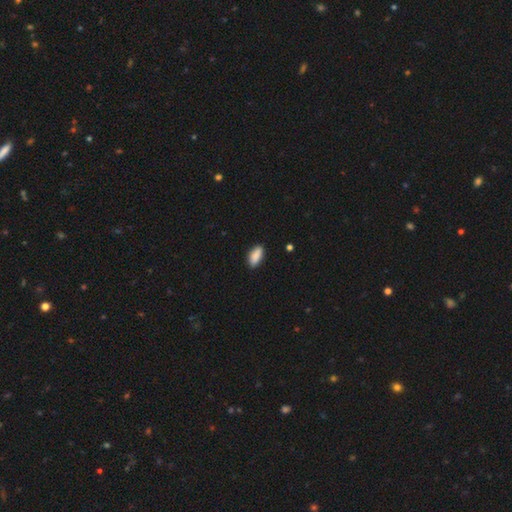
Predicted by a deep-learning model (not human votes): Q: Smooth or featured?
A: smooth (89%); runner-up: star or artifact (6%)
Q: How rounded?
A: in between (87%); runner-up: cigar-shaped (11%)
Q: Merging?
A: none (86%); runner-up: minor disturbance (11%)